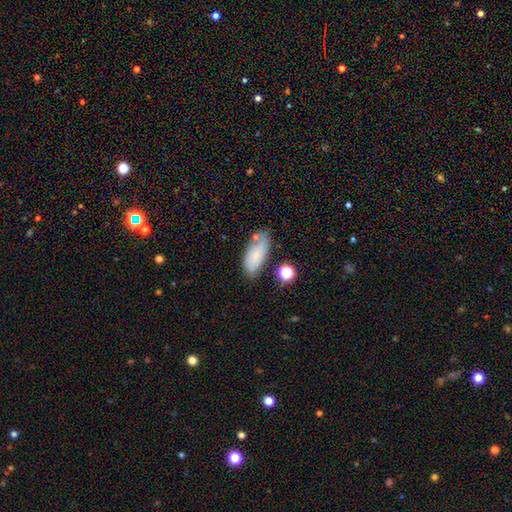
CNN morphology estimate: A smooth galaxy with no disk features (70%) that is in between round and cigar-shaped (83%).

Vote fractions:
- Smooth or featured? smooth: 70% / featured or disk: 21% / star or artifact: 9%
- How rounded? in between: 83% / cigar-shaped: 14% / round: 3%
- Merging? none: 64% / minor disturbance: 22% / merger: 8% / major disturbance: 6%